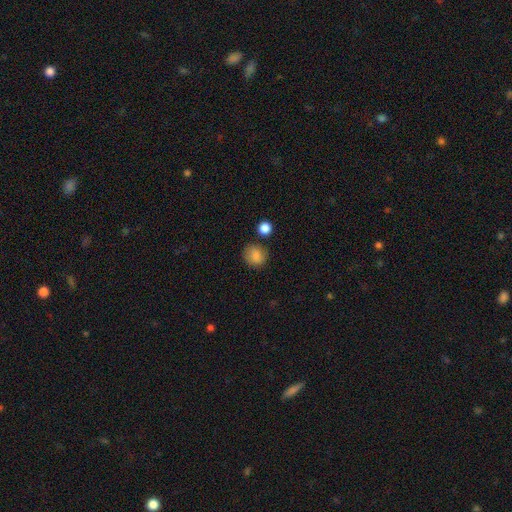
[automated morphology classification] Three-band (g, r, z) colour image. It shows a smooth galaxy with no disk features (85%) that is round (75%). Merging: none (75%).